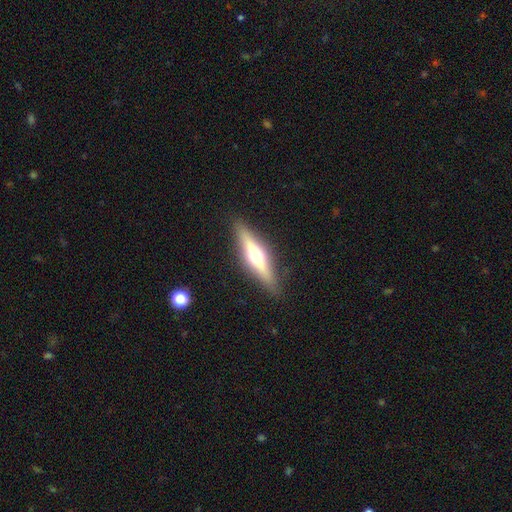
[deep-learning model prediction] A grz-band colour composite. It shows a featured or disk galaxy (62%) viewed edge-on (93%) with a rounded central bulge (94%). Merging: none (88%).